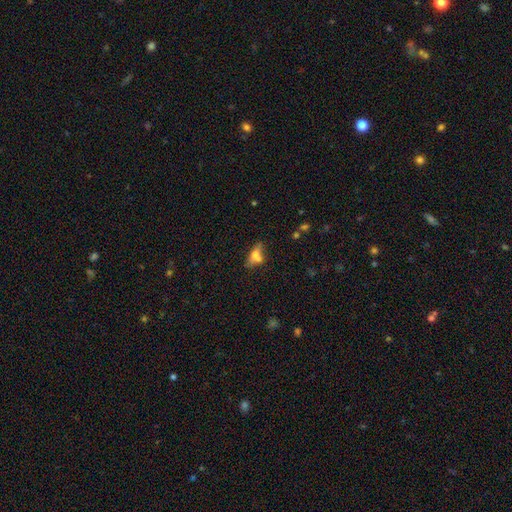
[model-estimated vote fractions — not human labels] smooth-or-featured: smooth: 64% | featured or disk: 25% | star or artifact: 11%
  how-rounded: in between: 73% | cigar-shaped: 19% | round: 8%
  merging: none: 40% | merger: 32% | minor disturbance: 19% | major disturbance: 10%